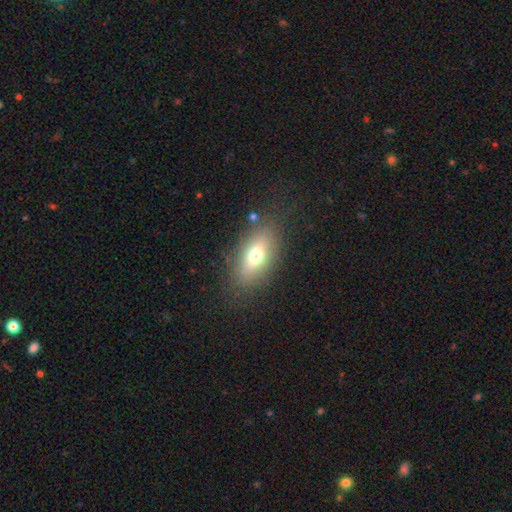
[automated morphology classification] Smooth or featured: smooth — 68% (featured or disk — 22%)
How rounded: in between — 81% (cigar-shaped — 10%)
Merging: none — 81% (minor disturbance — 12%)